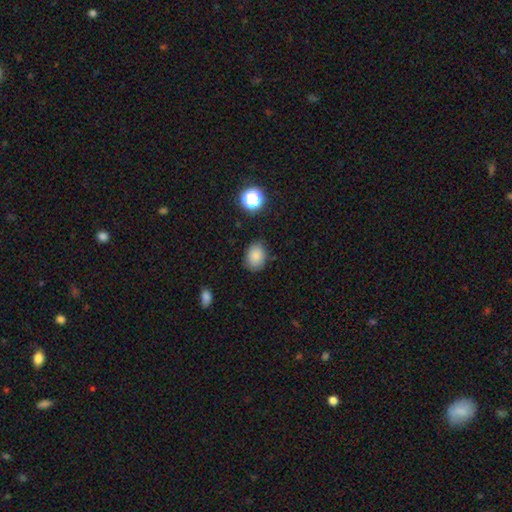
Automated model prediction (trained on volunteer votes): Smooth or featured? Predicted: smooth (p=0.84). How rounded? Predicted: in between (p=0.63). Merging? Predicted: none (p=0.81).